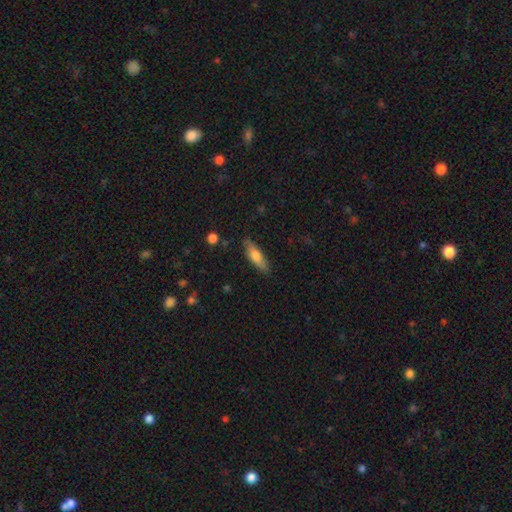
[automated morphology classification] smooth 70%, featured or disk 24%, star or artifact 6%. Down the decision tree: how rounded — cigar-shaped (57%); merging — none (82%).